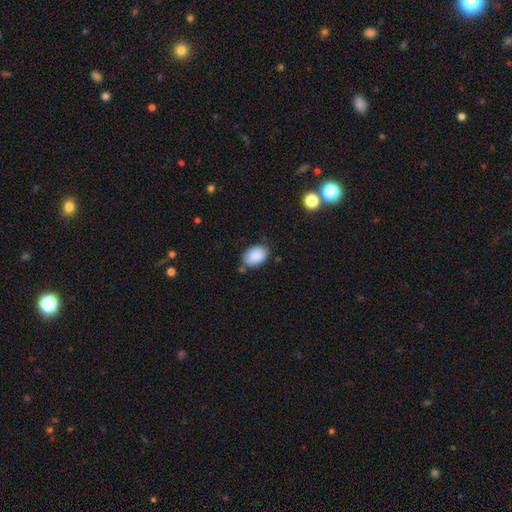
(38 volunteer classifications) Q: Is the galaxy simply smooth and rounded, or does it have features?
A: smooth — 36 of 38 (95%).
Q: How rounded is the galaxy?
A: in between — 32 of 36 (89%).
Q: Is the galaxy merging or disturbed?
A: none — 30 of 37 (81%).